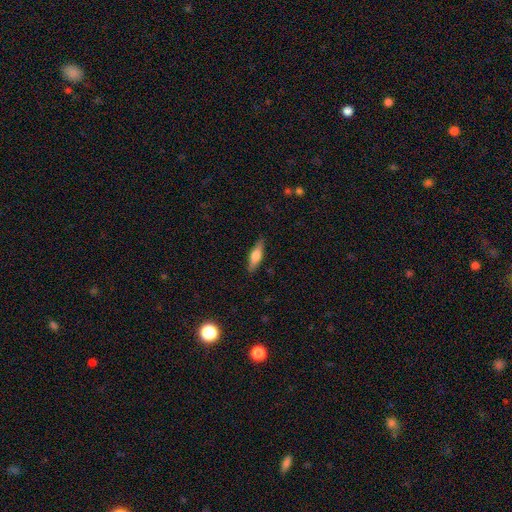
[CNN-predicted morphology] This appears to be a smooth galaxy with no disk features (54%) that is cigar-shaped (61%). Merging: none (87%).